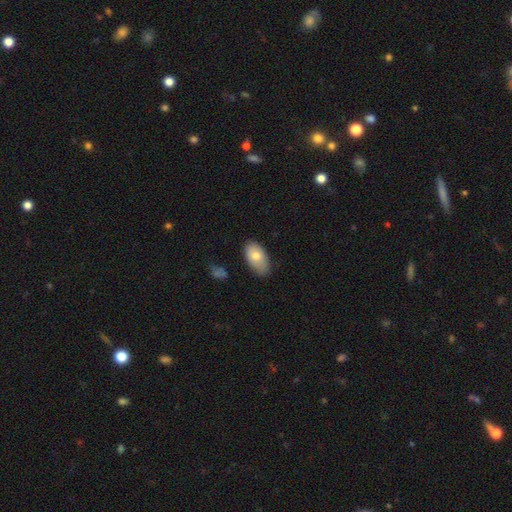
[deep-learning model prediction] A smooth galaxy with no disk features (75%) that is in between round and cigar-shaped (94%).

Vote fractions:
- Smooth or featured? smooth: 75% / featured or disk: 18% / star or artifact: 7%
- How rounded? in between: 94% / round: 5% / cigar-shaped: 2%
- Merging? none: 69% / minor disturbance: 25% / major disturbance: 4% / merger: 2%